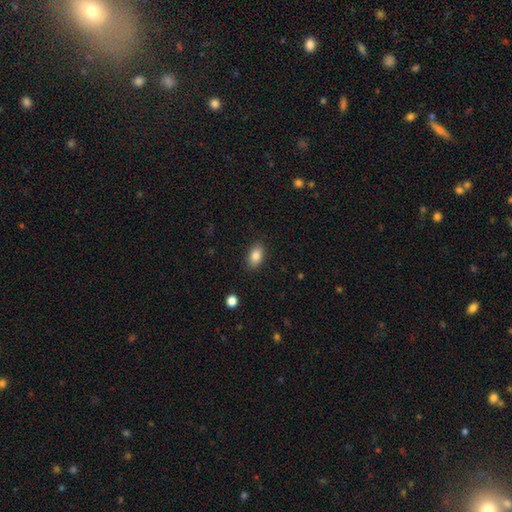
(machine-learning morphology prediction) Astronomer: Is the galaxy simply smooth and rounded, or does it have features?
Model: smooth — 86%.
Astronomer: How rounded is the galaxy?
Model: in between — 90%.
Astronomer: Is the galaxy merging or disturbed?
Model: none — 87%.